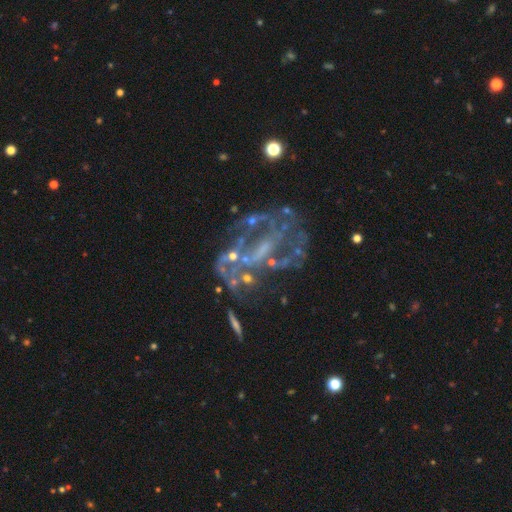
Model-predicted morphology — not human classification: A featured or disk galaxy (72%) with no bar (41%), spiral arms (54%) and no central bulge (55%). Merging: none (46%).